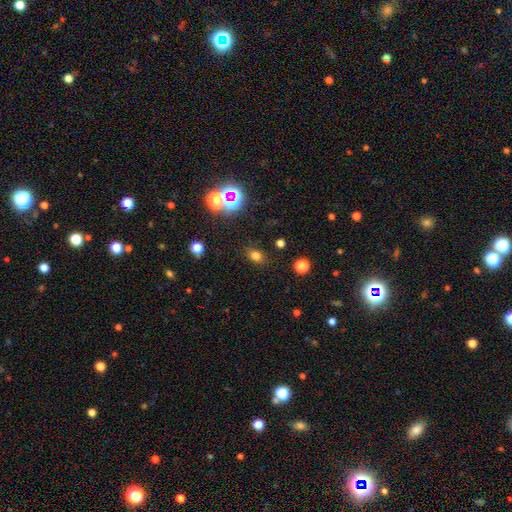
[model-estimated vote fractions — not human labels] This appears to be a smooth galaxy with no disk features (72%) that is in between round and cigar-shaped (60%). Merging: none (83%).